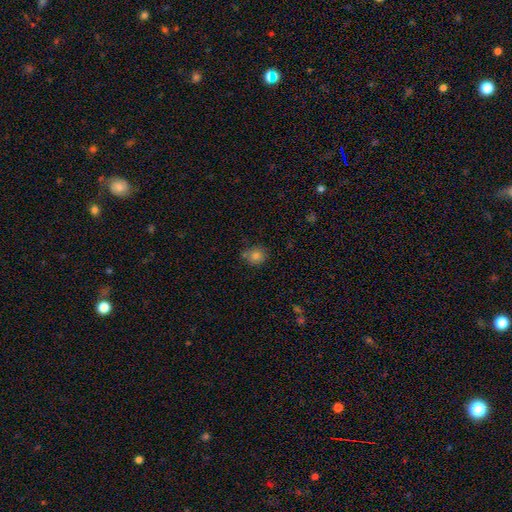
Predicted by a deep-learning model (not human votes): Smooth or featured? Predicted: smooth (p=0.78). How rounded? Predicted: round (p=0.79). Merging? Predicted: none (p=0.71).